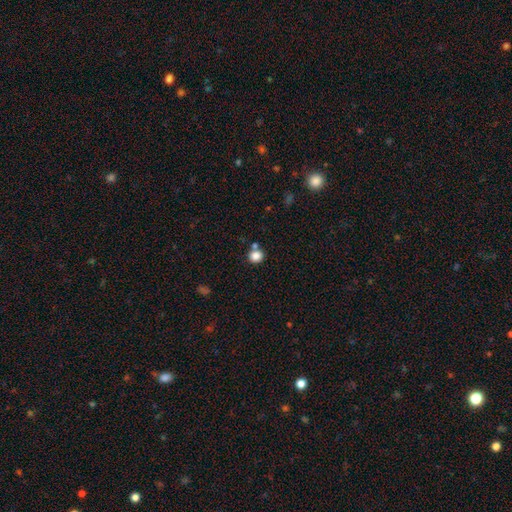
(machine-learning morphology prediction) type=smooth (84%); roundness=round (82%); merging=none (70%).